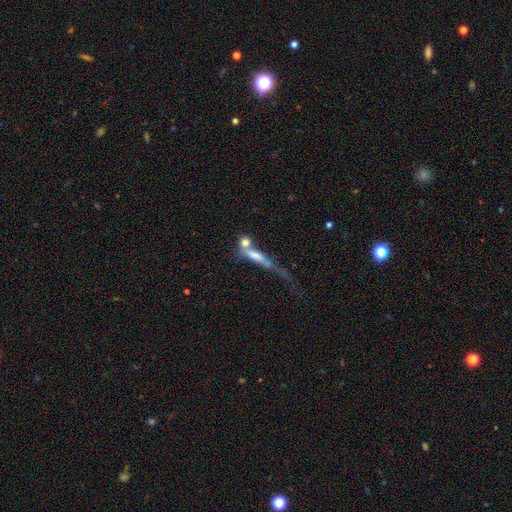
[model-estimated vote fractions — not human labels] This appears to be a smooth galaxy with no disk features (49%). Merging: merger (38%).